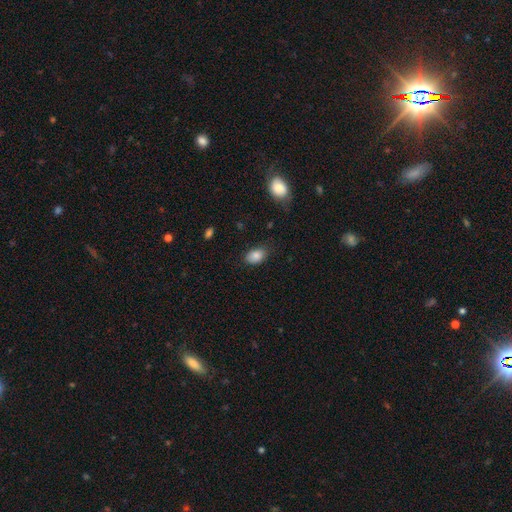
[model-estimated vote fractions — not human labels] smooth_or_featured: smooth (p=0.85) [alt: star or artifact p=0.09]
how_rounded: in between (p=0.86) [alt: round p=0.13]
merging: none (p=0.79) [alt: minor disturbance p=0.16]